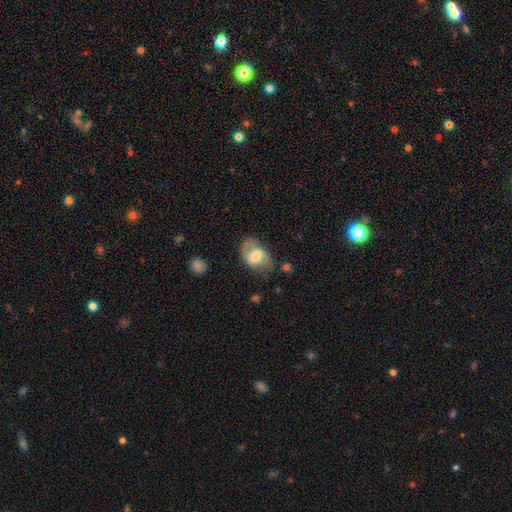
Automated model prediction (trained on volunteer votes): A smooth galaxy with no disk features (51%) that is in between round and cigar-shaped (75%).

Vote fractions:
- Smooth or featured? smooth: 51% / featured or disk: 42% / star or artifact: 8%
- How rounded? in between: 75% / round: 23% / cigar-shaped: 1%
- Merging? none: 58% / minor disturbance: 26% / major disturbance: 13% / merger: 3%